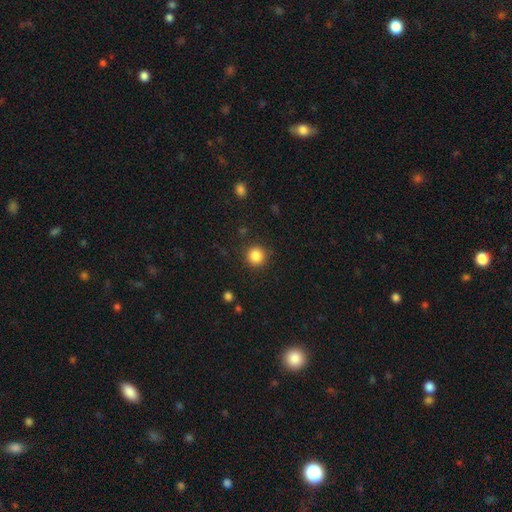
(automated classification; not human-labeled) This appears to be a smooth galaxy with no disk features (86%) that is round (94%). Merging: none (90%).